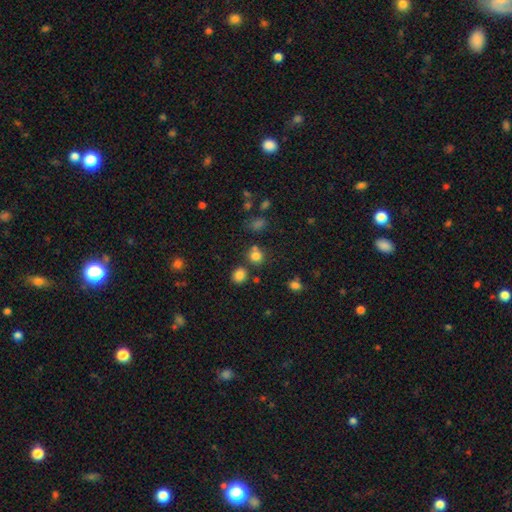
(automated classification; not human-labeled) This is likely a smooth galaxy (78%). How rounded: clearly round (81%). Merging: likely none (68%).